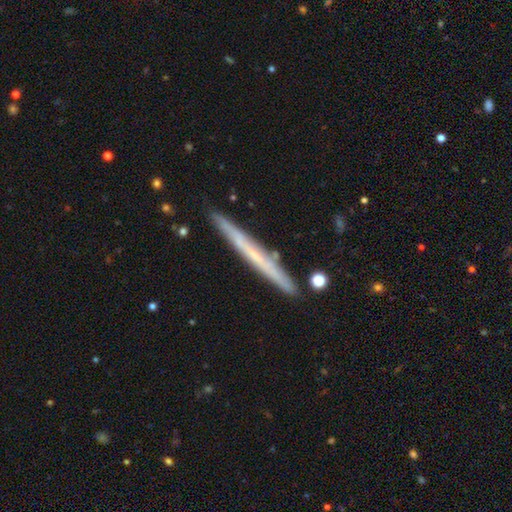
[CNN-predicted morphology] Smooth or featured: featured or disk — 56% (smooth — 38%)
Edge-on disk: yes — 96% (no — 4%)
Edge-on bulge: none — 83% (rounded — 14%)
Merging: none — 89% (minor disturbance — 8%)